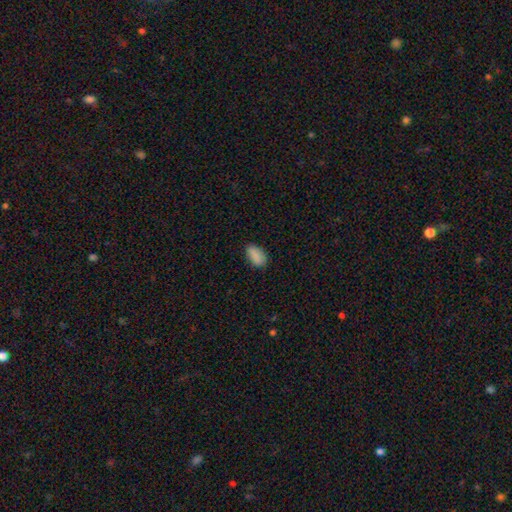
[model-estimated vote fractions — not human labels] The model was most divided on "merging": none: 82%, minor disturbance: 14%, major disturbance: 3%, merger: 1%. More confident: how rounded — in between (92%); smooth or featured — smooth (86%).